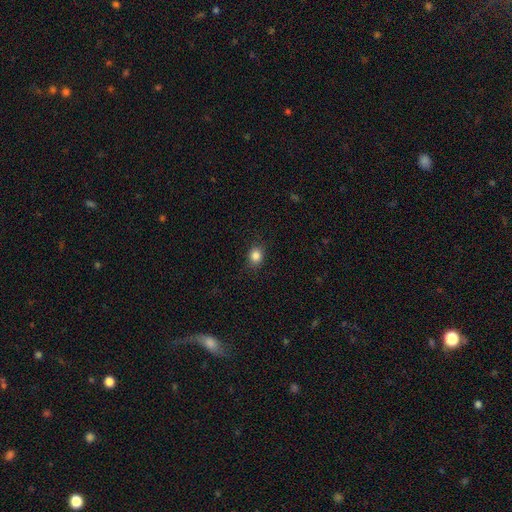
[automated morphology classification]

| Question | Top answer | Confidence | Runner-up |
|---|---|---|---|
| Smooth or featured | smooth | 85% | star or artifact (11%) |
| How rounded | round | 65% | in between (34%) |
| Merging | none | 85% | minor disturbance (11%) |